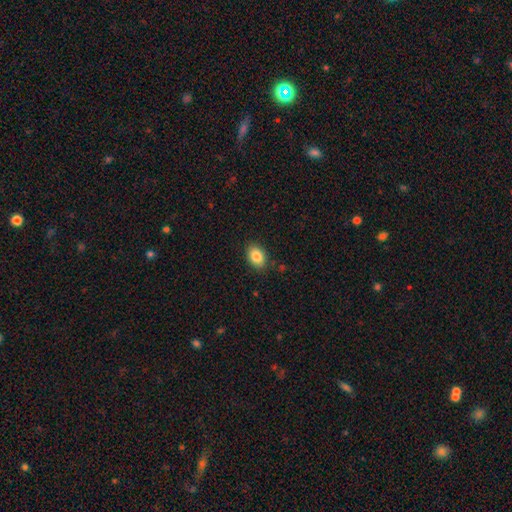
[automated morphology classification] A smooth galaxy with no disk features (85%) that is in between round and cigar-shaped (78%). Merging: none (87%).